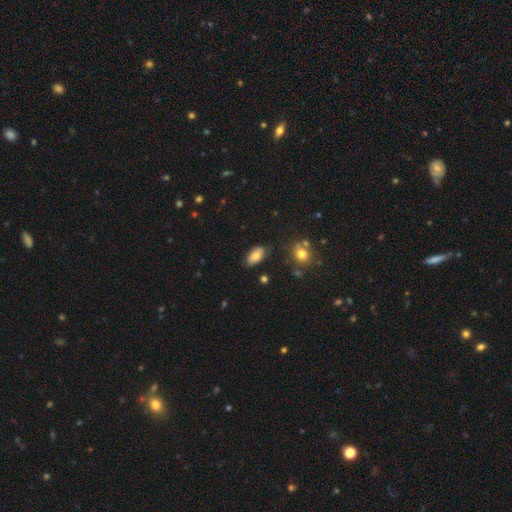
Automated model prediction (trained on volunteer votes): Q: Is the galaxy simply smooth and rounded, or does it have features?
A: smooth — 76%.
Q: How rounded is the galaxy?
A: in between — 91%.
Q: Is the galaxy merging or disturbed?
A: none — 76%.